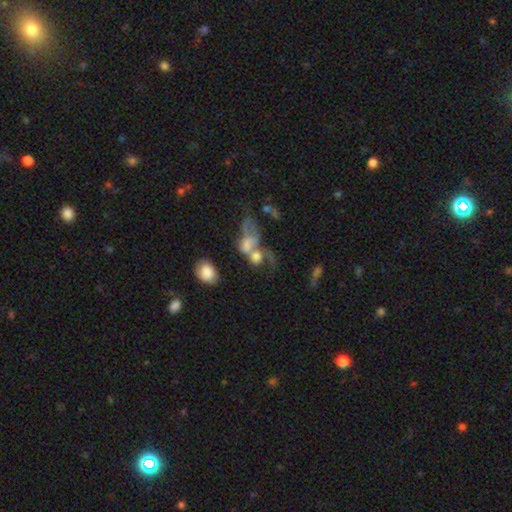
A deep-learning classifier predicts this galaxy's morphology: Smooth or featured?
  - smooth: 48% *
  - featured or disk: 38%
  - star or artifact: 13%
Merging?
  - merger: 57% *
  - major disturbance: 23%
  - none: 12%
  - minor disturbance: 7%